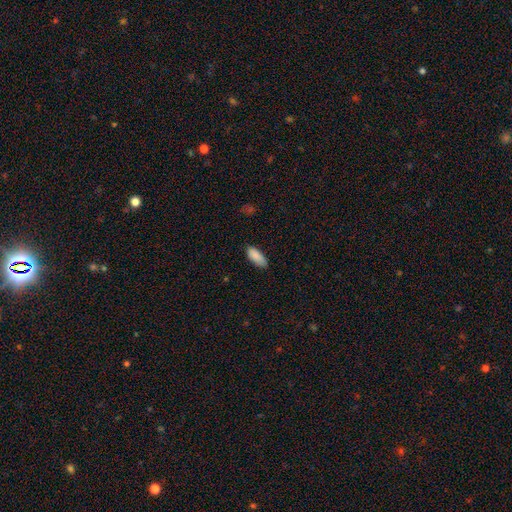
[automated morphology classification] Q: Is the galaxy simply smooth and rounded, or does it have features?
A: smooth — 89%.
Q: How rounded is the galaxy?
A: in between — 84%.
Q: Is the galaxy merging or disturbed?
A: none — 77%.